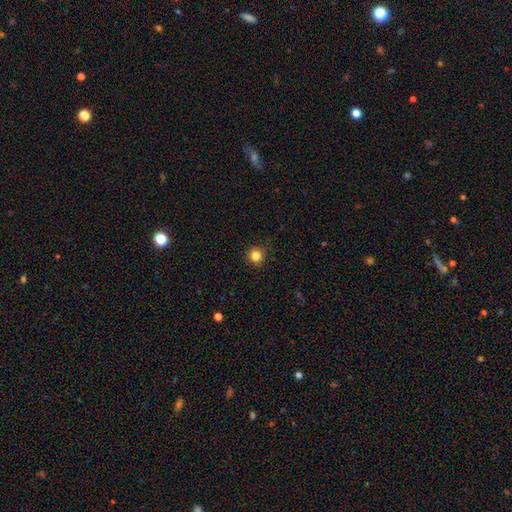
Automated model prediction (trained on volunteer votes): smooth 83%, star or artifact 12%, featured or disk 5%. Down the decision tree: how rounded — round (95%); merging — none (89%).